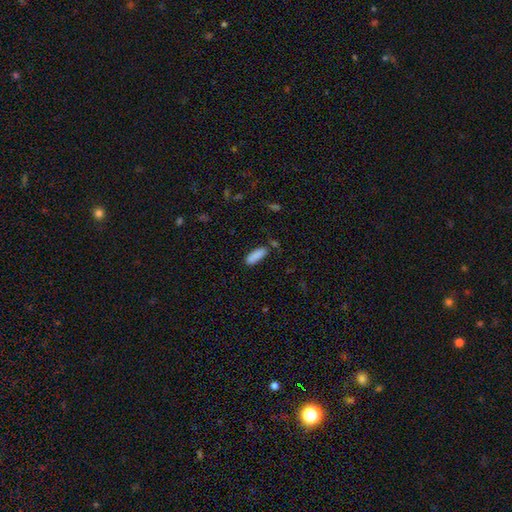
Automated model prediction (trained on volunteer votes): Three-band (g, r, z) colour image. It shows a smooth galaxy with no disk features (88%) that is in between round and cigar-shaped (55%). Merging: none (77%).